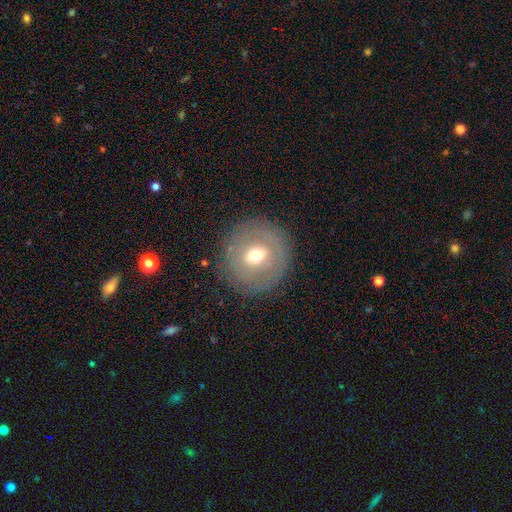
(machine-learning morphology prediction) smooth 47%, featured or disk 43%, star or artifact 10%. Down the decision tree: merging — none (85%).